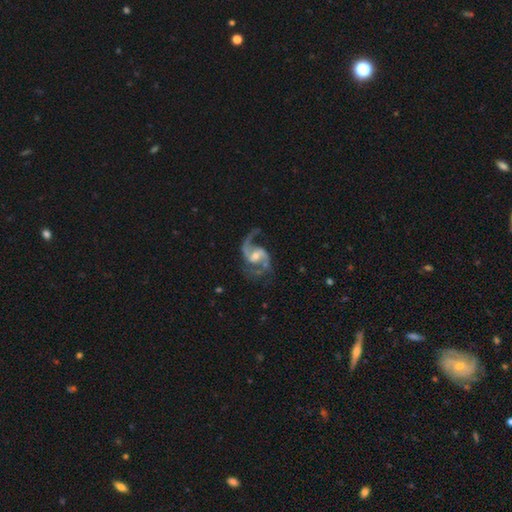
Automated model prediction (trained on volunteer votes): Smooth or featured? featured or disk (92%)
Edge-on disk? no (98%)
Bar? weak (49%)
Spiral arms? yes (98%)
Spiral winding? loose (49%)
Spiral arm count? 2 (90%)
Bulge size? moderate (52%)
Merging? none (67%)